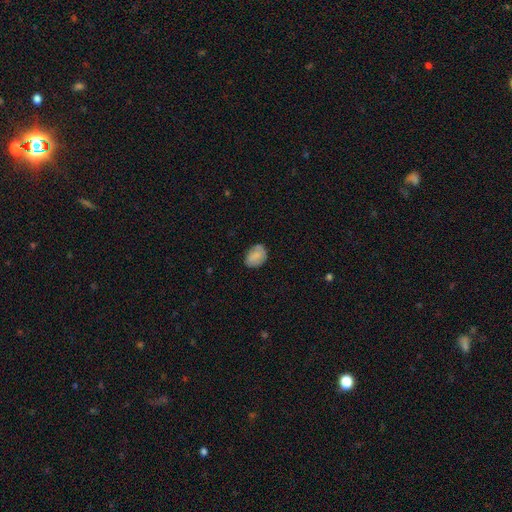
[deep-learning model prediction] Q: Smooth or featured?
A: smooth (81%); runner-up: featured or disk (12%)
Q: How rounded?
A: in between (74%); runner-up: round (25%)
Q: Merging?
A: none (72%); runner-up: minor disturbance (22%)